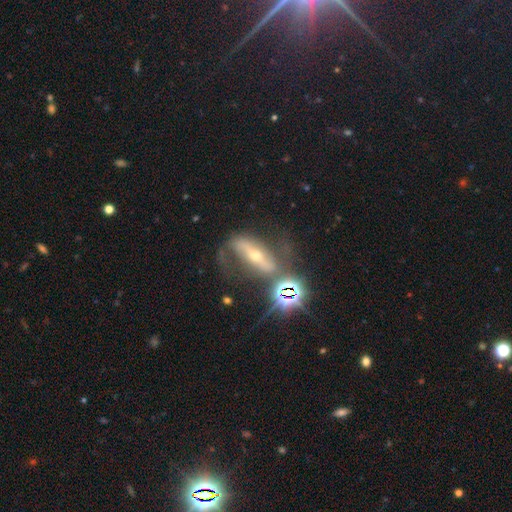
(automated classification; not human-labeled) A featured or disk galaxy (71%) with a strong bar (49%), spiral arms (74%) and a small central bulge (54%). Merging: none (40%).